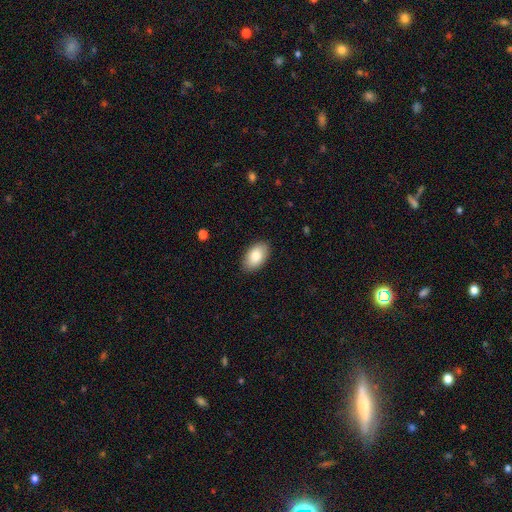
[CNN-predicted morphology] smooth-or-featured: smooth: 84% | featured or disk: 10% | star or artifact: 7%
  how-rounded: in between: 94% | round: 5% | cigar-shaped: 1%
  merging: none: 88% | minor disturbance: 9% | major disturbance: 2% | merger: 1%